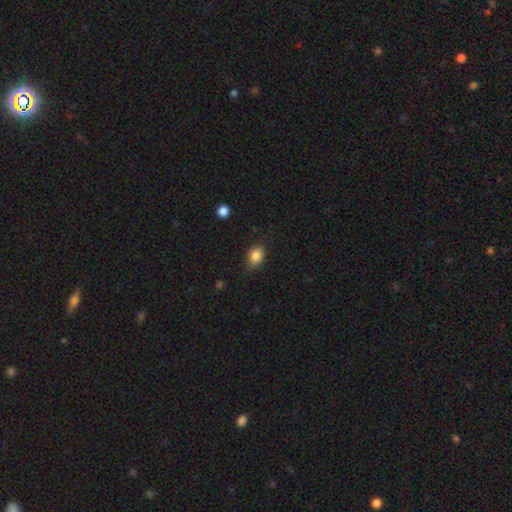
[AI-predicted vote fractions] smooth 85%, star or artifact 10%, featured or disk 5%. Down the decision tree: how rounded — in between (60%); merging — none (81%).